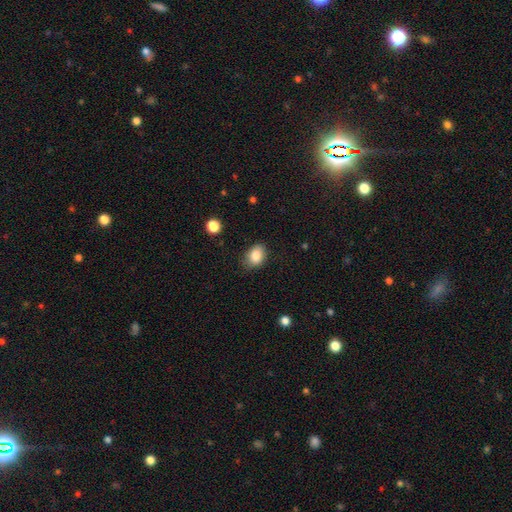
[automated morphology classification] Smooth or featured? smooth (84%)
How rounded? in between (71%)
Merging? none (77%)